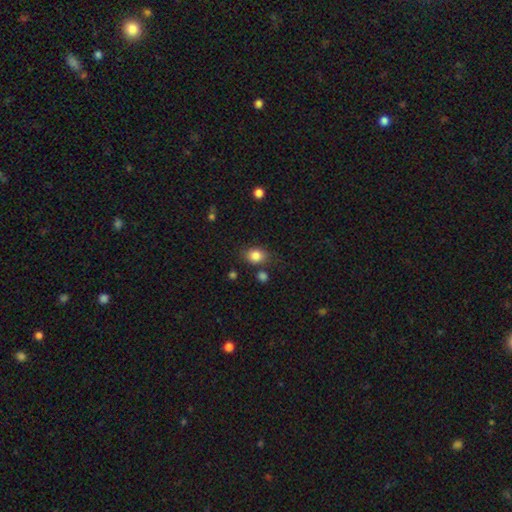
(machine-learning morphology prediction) A smooth galaxy with no disk features (84%) that is in between round and cigar-shaped (51%).

Vote fractions:
- Smooth or featured? smooth: 84% / star or artifact: 10% / featured or disk: 6%
- How rounded? in between: 51% / round: 48% / cigar-shaped: 1%
- Merging? none: 74% / minor disturbance: 16% / merger: 6% / major disturbance: 5%